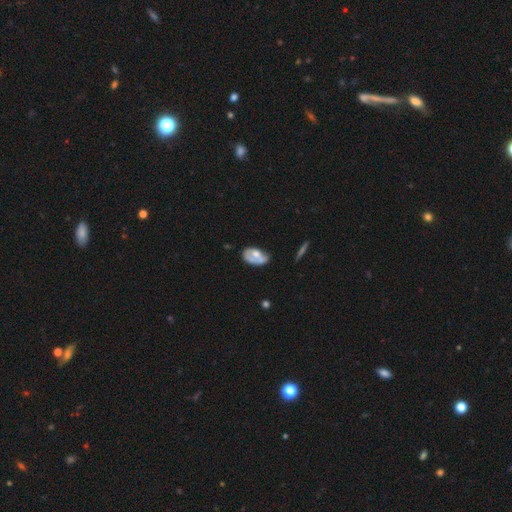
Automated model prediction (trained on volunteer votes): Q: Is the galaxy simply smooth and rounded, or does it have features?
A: smooth — 49%.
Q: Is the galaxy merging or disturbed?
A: none — 34%, tied with minor disturbance.